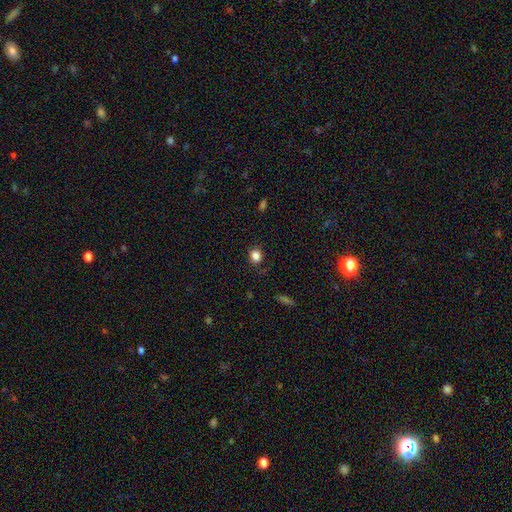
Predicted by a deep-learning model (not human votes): A smooth galaxy with no disk features (83%) that is round (75%). Merging: none (84%).